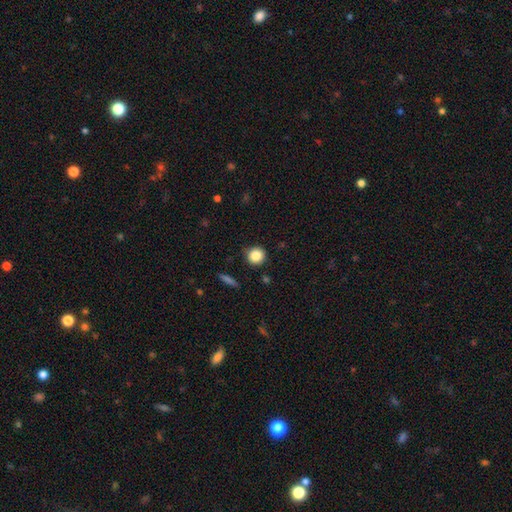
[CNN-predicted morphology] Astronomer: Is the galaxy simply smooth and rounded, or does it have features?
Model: smooth — 84%.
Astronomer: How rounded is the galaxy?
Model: round — 93%.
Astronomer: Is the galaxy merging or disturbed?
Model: none — 86%.